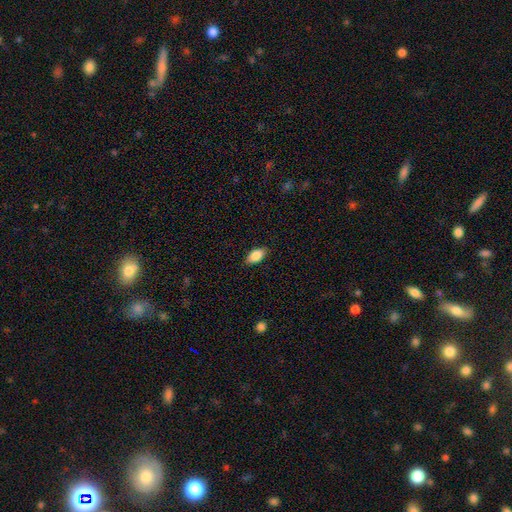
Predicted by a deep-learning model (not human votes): Smooth or featured?
  - smooth: 87% *
  - star or artifact: 7%
  - featured or disk: 6%
How rounded?
  - in between: 92% *
  - cigar-shaped: 5%
  - round: 3%
Merging?
  - none: 86% *
  - minor disturbance: 11%
  - major disturbance: 2%
  - merger: 1%